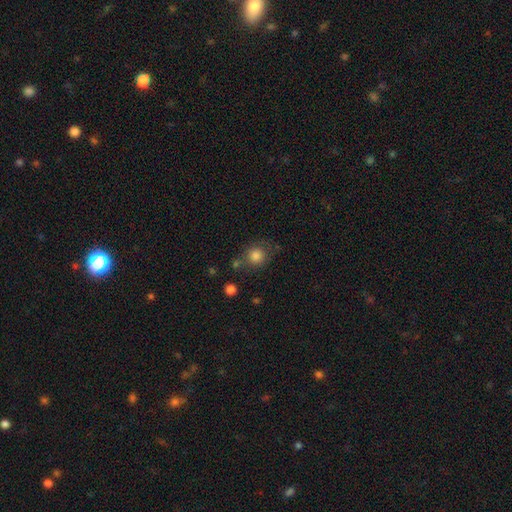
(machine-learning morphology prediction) Q: Smooth or featured?
A: smooth (82%); runner-up: star or artifact (10%)
Q: How rounded?
A: round (84%); runner-up: in between (15%)
Q: Merging?
A: none (67%); runner-up: minor disturbance (17%)